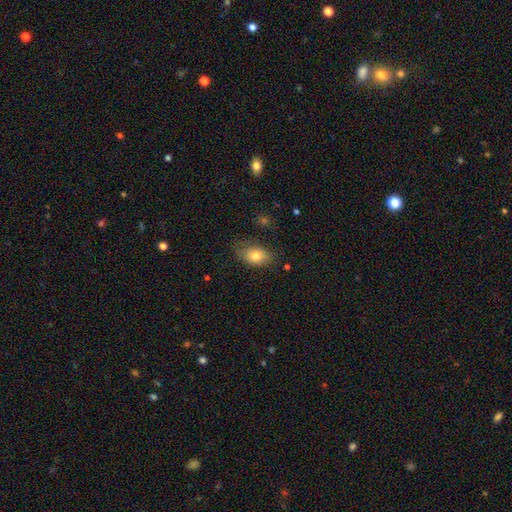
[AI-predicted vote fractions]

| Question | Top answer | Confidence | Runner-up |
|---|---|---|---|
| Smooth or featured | smooth | 80% | featured or disk (11%) |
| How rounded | in between | 82% | round (17%) |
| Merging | none | 66% | minor disturbance (25%) |